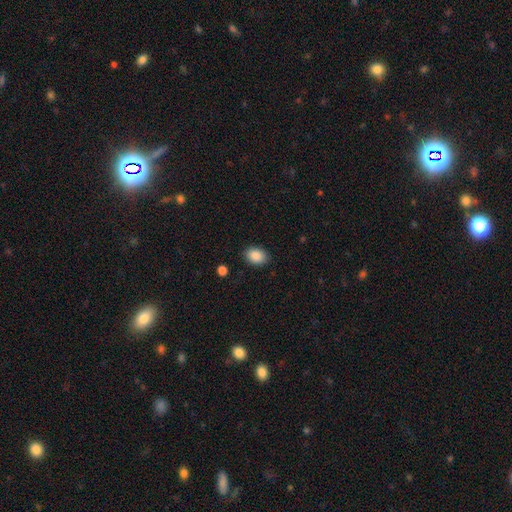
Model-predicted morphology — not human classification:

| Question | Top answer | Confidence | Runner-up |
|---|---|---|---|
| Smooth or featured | smooth | 88% | star or artifact (8%) |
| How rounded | in between | 78% | round (21%) |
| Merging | none | 87% | minor disturbance (9%) |